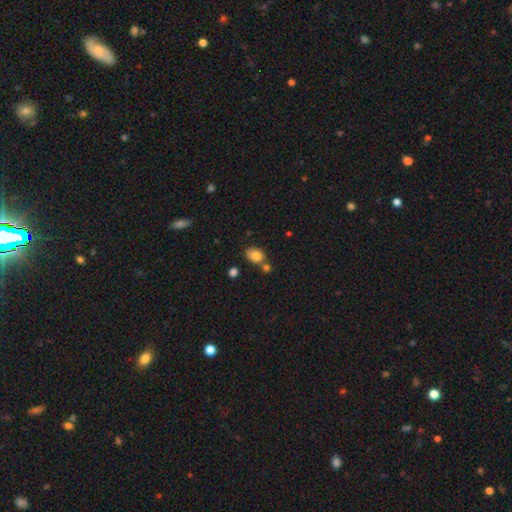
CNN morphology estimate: Smooth or featured: smooth — 83% (star or artifact — 10%)
How rounded: in between — 64% (round — 35%)
Merging: none — 61% (merger — 21%)